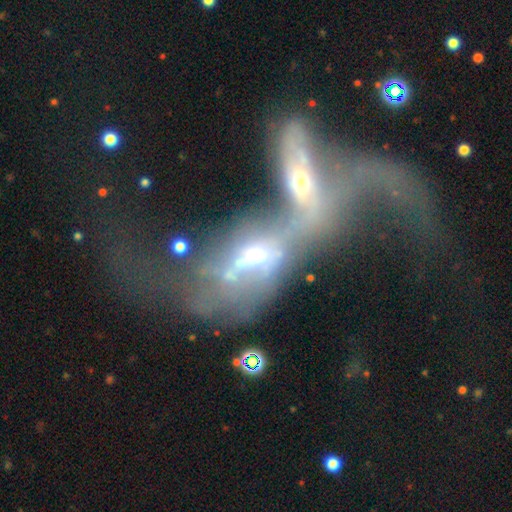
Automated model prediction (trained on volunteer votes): Q: Smooth or featured?
A: featured or disk (61%); runner-up: smooth (26%)
Q: Edge-on disk?
A: no (82%); runner-up: yes (18%)
Q: Merging?
A: merger (78%); runner-up: major disturbance (13%)